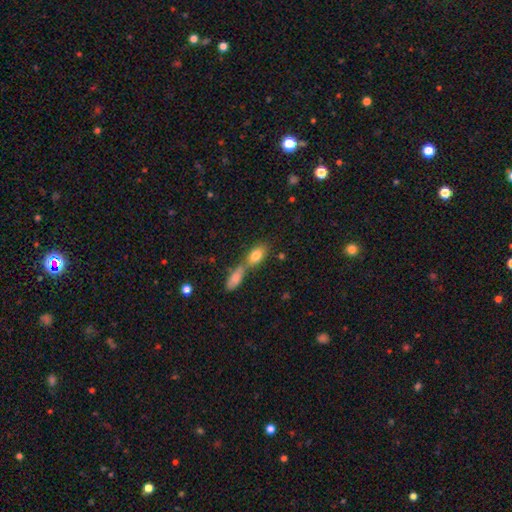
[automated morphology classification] A smooth galaxy with no disk features (79%) that is in between round and cigar-shaped (84%).

Vote fractions:
- Smooth or featured? smooth: 79% / featured or disk: 13% / star or artifact: 8%
- How rounded? in between: 84% / cigar-shaped: 9% / round: 6%
- Merging? merger: 50% / none: 37% / minor disturbance: 9% / major disturbance: 4%